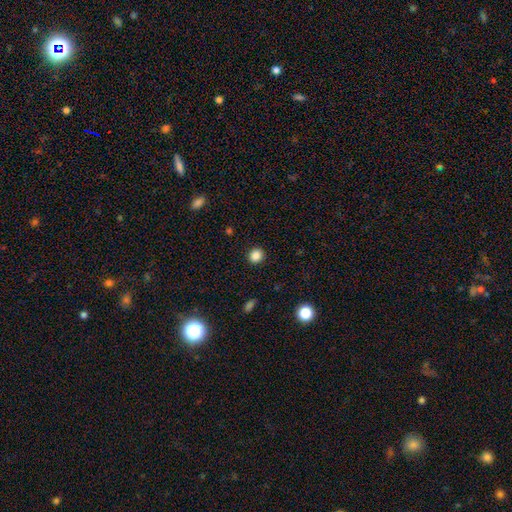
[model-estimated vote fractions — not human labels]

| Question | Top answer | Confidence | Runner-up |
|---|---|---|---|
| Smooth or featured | smooth | 86% | star or artifact (11%) |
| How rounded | round | 88% | in between (11%) |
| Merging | none | 91% | minor disturbance (6%) |